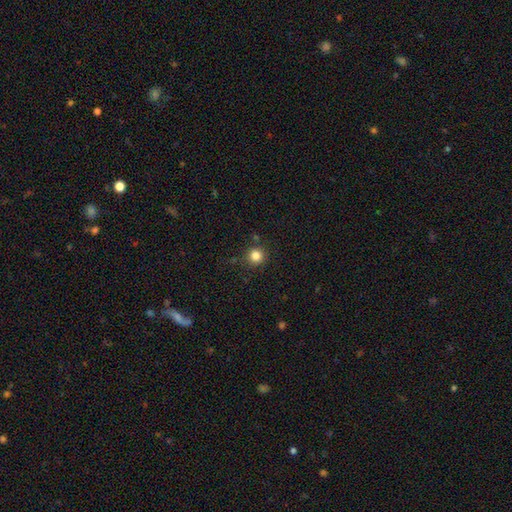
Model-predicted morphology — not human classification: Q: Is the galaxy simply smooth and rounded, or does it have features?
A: smooth — 83%.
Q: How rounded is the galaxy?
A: round — 94%.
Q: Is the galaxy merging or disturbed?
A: none — 87%.